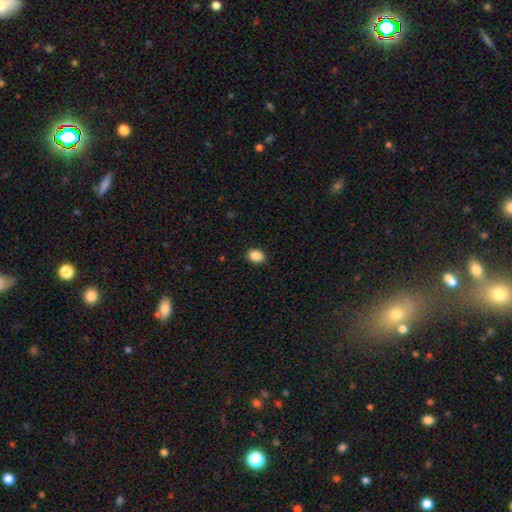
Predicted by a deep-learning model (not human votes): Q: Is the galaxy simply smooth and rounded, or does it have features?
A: smooth — 88%.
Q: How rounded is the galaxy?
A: in between — 62%.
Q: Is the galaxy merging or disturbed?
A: none — 89%.